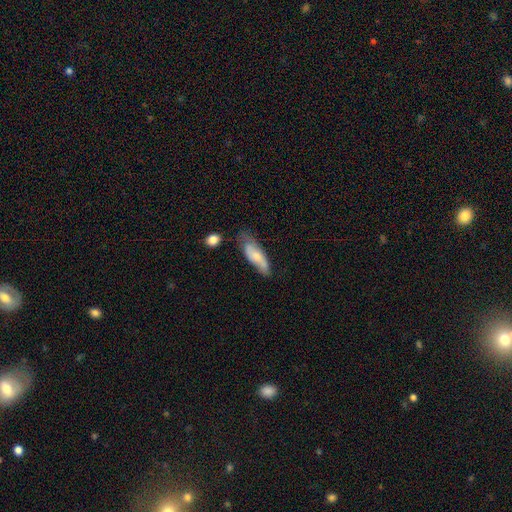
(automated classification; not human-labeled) Smooth or featured? smooth (64%)
How rounded? in between (57%)
Merging? none (54%)